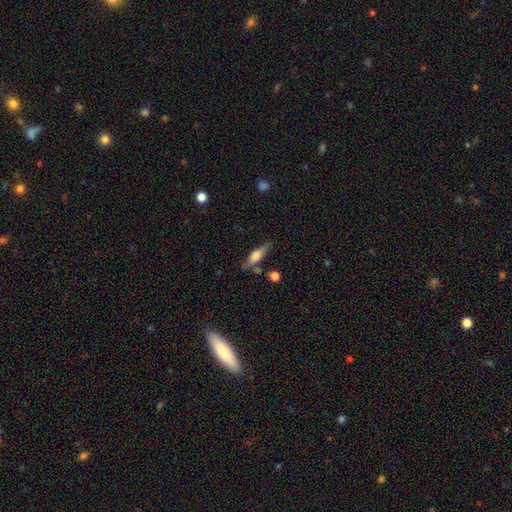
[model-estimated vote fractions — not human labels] Q: Smooth or featured?
A: smooth (55%); runner-up: featured or disk (38%)
Q: How rounded?
A: cigar-shaped (54%); runner-up: in between (43%)
Q: Merging?
A: none (72%); runner-up: minor disturbance (17%)